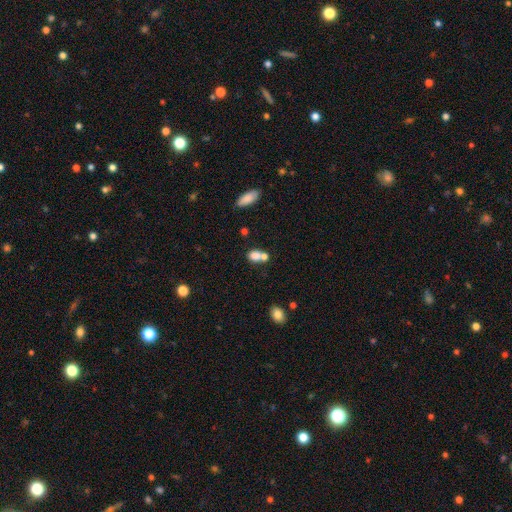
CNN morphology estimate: smooth-or-featured: smooth: 78% | featured or disk: 11% | star or artifact: 11%
  how-rounded: in between: 63% | round: 34% | cigar-shaped: 3%
  merging: merger: 52% | none: 34% | minor disturbance: 9% | major disturbance: 5%